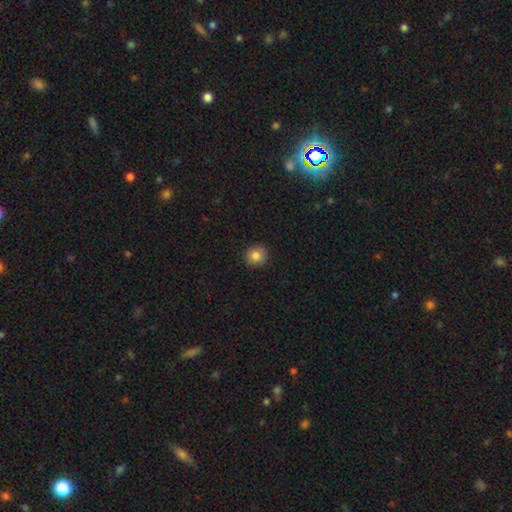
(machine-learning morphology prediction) smooth-or-featured: smooth: 84% | star or artifact: 10% | featured or disk: 6%
  how-rounded: round: 90% | in between: 9% | cigar-shaped: 1%
  merging: none: 90% | minor disturbance: 7% | major disturbance: 2% | merger: 1%